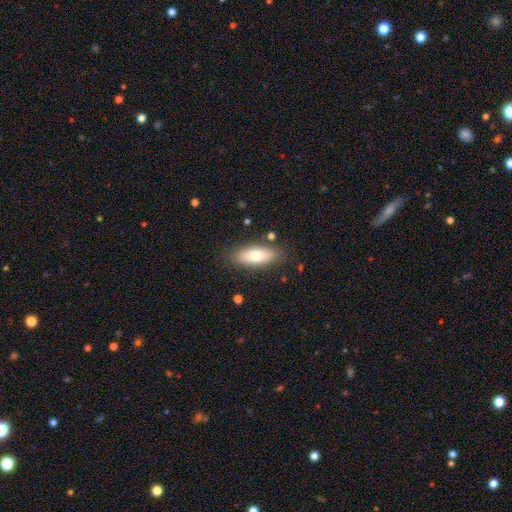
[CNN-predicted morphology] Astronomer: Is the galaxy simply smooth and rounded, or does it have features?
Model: smooth — 71%.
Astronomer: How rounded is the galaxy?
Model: in between — 71%.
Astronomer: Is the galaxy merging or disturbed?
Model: none — 84%.